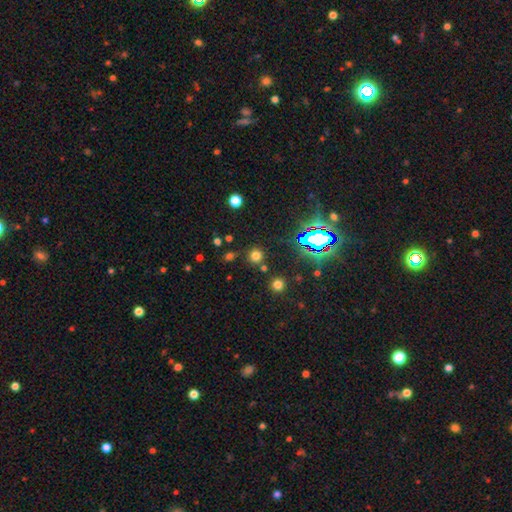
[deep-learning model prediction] Smooth or featured?
  - smooth: 65% *
  - star or artifact: 28%
  - featured or disk: 7%
How rounded?
  - round: 92% *
  - in between: 7%
  - cigar-shaped: 1%
Merging?
  - none: 82% *
  - minor disturbance: 8%
  - merger: 7%
  - major disturbance: 4%